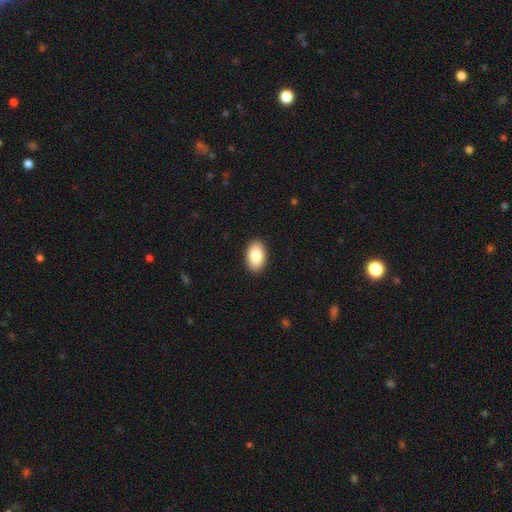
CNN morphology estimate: Overall: smooth (86%). How rounded: in between (94%). Merging: none (90%).